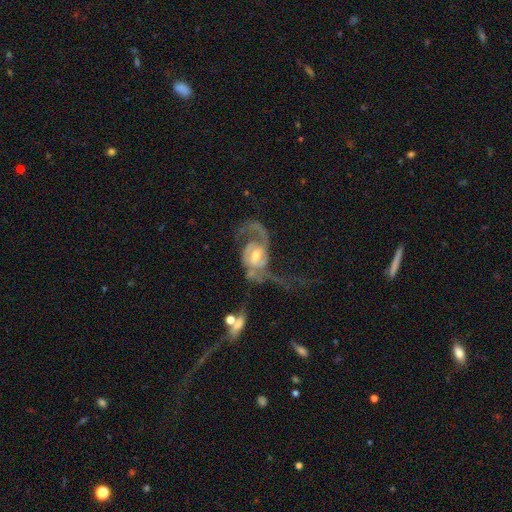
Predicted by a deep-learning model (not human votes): Smooth or featured?
  - featured or disk: 87% *
  - smooth: 8%
  - star or artifact: 6%
Edge-on disk?
  - no: 97% *
  - yes: 3%
Bar?
  - no: 49% *
  - weak: 39%
  - strong: 12%
Spiral arms?
  - yes: 93% *
  - no: 7%
Spiral winding?
  - loose: 42% *
  - medium: 41%
  - tight: 18%
Spiral arm count?
  - 2: 73% *
  - 1: 13%
  - can't tell: 7%
  - 3: 3%
  - 4: 2%
  - more than 4: 2%
Bulge size?
  - moderate: 64% *
  - small: 24%
  - large: 9%
  - none: 2%
  - dominant: 1%
Merging?
  - major disturbance: 44% *
  - none: 27%
  - merger: 15%
  - minor disturbance: 13%